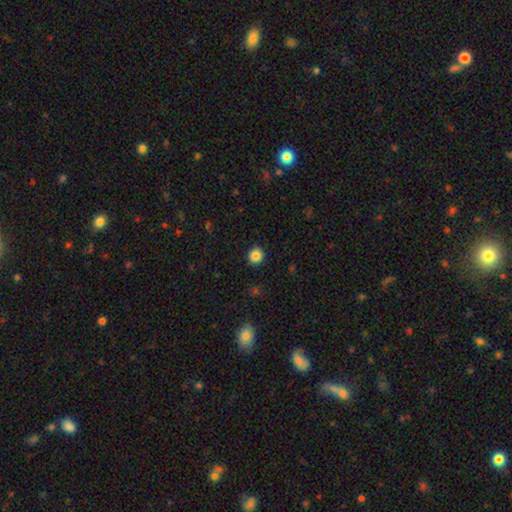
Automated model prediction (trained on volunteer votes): smooth-or-featured: smooth: 86% | star or artifact: 10% | featured or disk: 4%
  how-rounded: round: 91% | in between: 8% | cigar-shaped: 1%
  merging: none: 92% | minor disturbance: 5% | major disturbance: 2% | merger: 1%